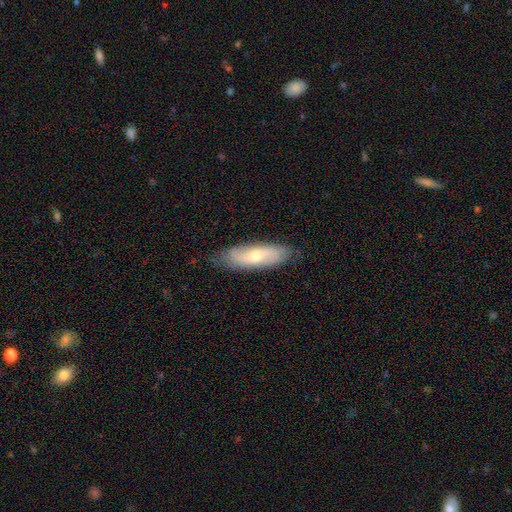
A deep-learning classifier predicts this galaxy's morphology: type=featured or disk (51%); edge-on=no (77%); merging=none (79%).